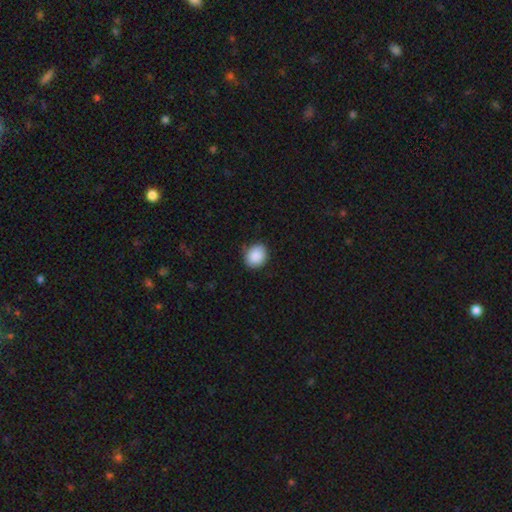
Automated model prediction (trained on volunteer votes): This appears to be a smooth galaxy with no disk features (89%) that is round (63%). Merging: none (85%).